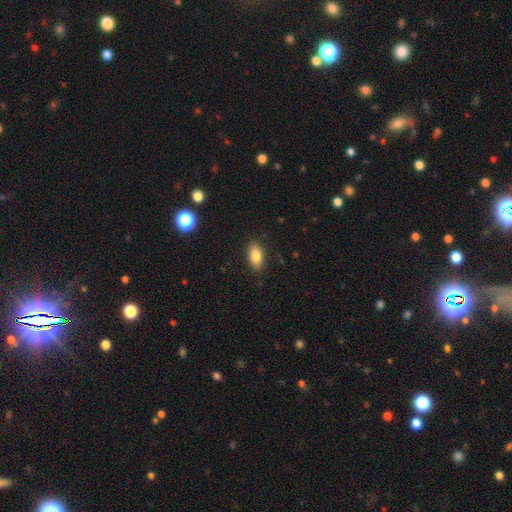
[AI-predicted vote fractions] Overall: smooth (83%). How rounded: in between (88%). Merging: none (88%).